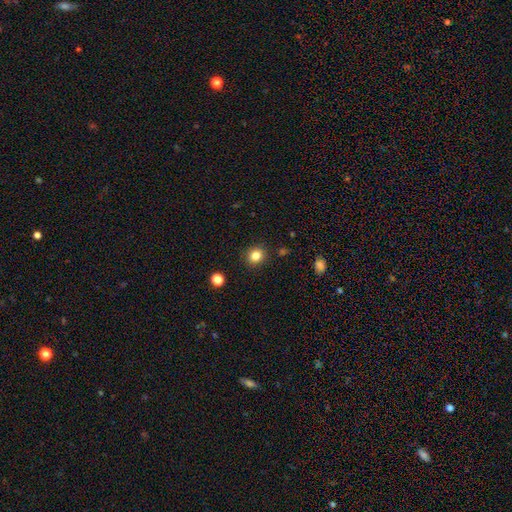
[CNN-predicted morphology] Smooth or featured?
  - smooth: 83% *
  - star or artifact: 12%
  - featured or disk: 6%
How rounded?
  - round: 78% *
  - in between: 21%
  - cigar-shaped: 1%
Merging?
  - none: 89% *
  - minor disturbance: 7%
  - major disturbance: 2%
  - merger: 1%